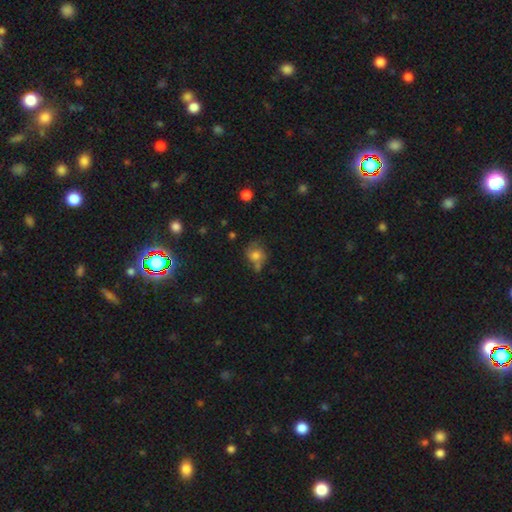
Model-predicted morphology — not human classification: This is likely a smooth galaxy (64%). How rounded: likely round (69%). Merging: possibly none (47%).